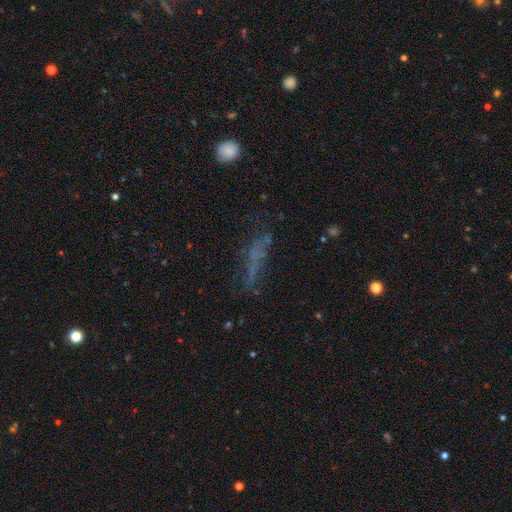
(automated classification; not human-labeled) Smooth or featured?
  - smooth: 43% *
  - featured or disk: 36%
  - star or artifact: 21%
Merging?
  - none: 55% *
  - minor disturbance: 21%
  - major disturbance: 19%
  - merger: 5%